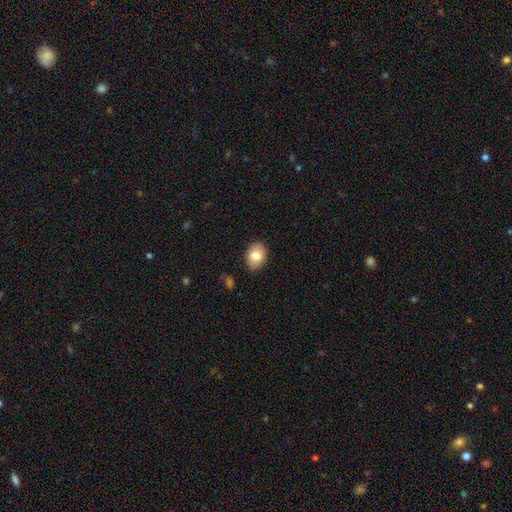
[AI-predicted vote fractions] Smooth or featured? Predicted: smooth (p=0.80). How rounded? Predicted: in between (p=0.79). Merging? Predicted: none (p=0.85).